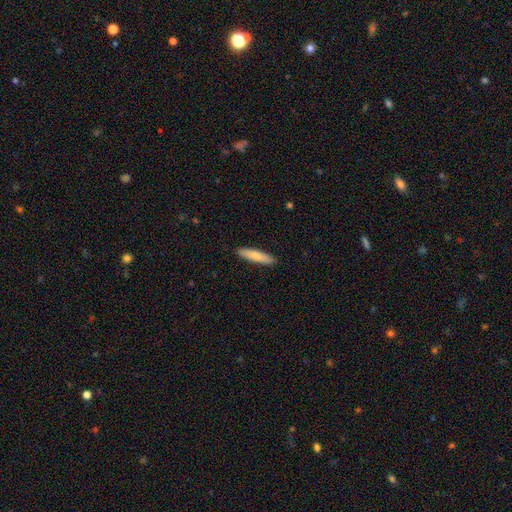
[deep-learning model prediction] This is clearly a smooth galaxy (80%). How rounded: clearly cigar-shaped (84%). Merging: clearly none (90%).